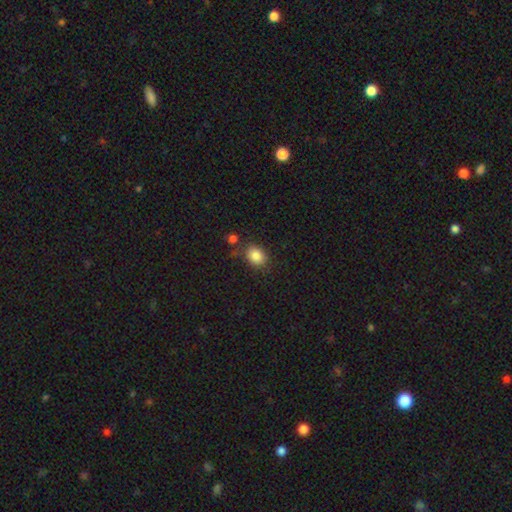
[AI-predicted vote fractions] Smooth or featured: smooth — 85% (star or artifact — 10%)
How rounded: in between — 57% (round — 42%)
Merging: none — 76% (minor disturbance — 14%)